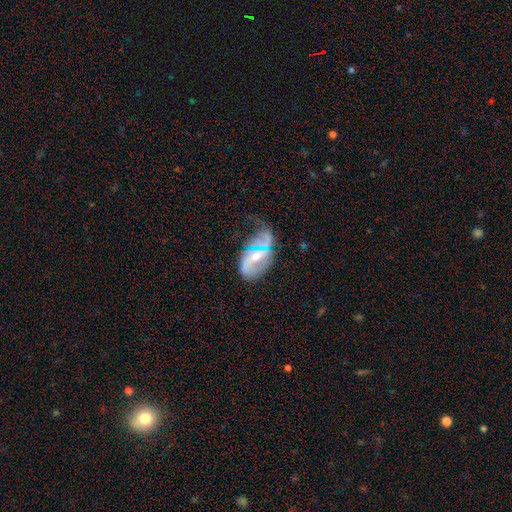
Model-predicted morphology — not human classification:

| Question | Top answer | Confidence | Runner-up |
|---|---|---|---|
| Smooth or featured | featured or disk | 69% | smooth (22%) |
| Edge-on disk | no | 95% | yes (5%) |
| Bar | weak | 42% | strong (29%) |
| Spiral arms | yes | 77% | no (23%) |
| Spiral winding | loose | 49% | medium (34%) |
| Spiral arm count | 2 | 67% | can't tell (16%) |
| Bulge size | moderate | 47% | small (46%) |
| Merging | none | 37% | minor disturbance (30%) |